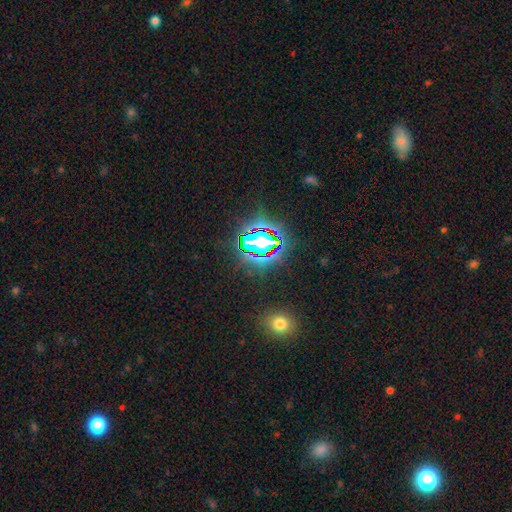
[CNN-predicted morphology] star or artifact 75%, smooth 18%, featured or disk 7%.